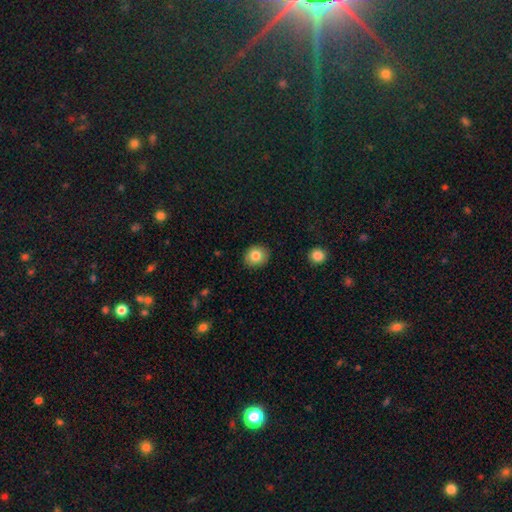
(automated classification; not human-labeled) smooth-or-featured: smooth: 82% | star or artifact: 9% | featured or disk: 9%
  how-rounded: round: 77% | in between: 23% | cigar-shaped: 1%
  merging: none: 90% | minor disturbance: 7% | major disturbance: 2% | merger: 1%